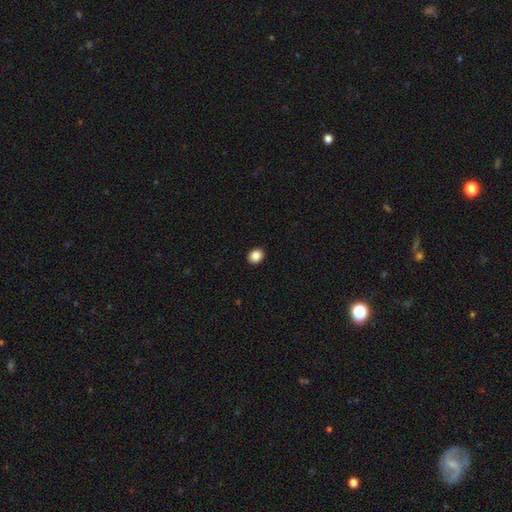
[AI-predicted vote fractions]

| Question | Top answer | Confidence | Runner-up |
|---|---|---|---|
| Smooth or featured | smooth | 87% | star or artifact (9%) |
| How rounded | round | 58% | in between (41%) |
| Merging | none | 92% | minor disturbance (5%) |